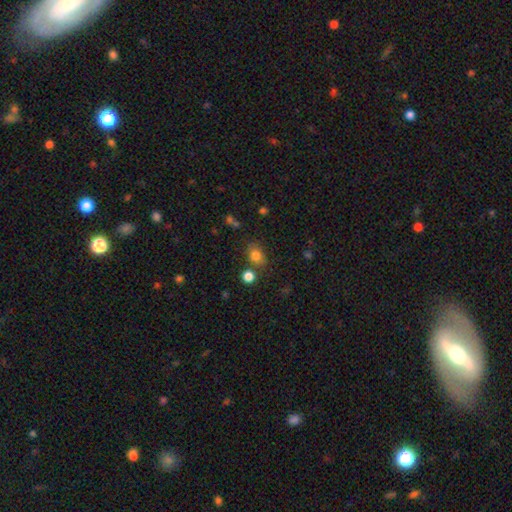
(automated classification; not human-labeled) This is clearly a smooth galaxy (80%). How rounded: possibly in between (58%). Merging: likely none (72%).